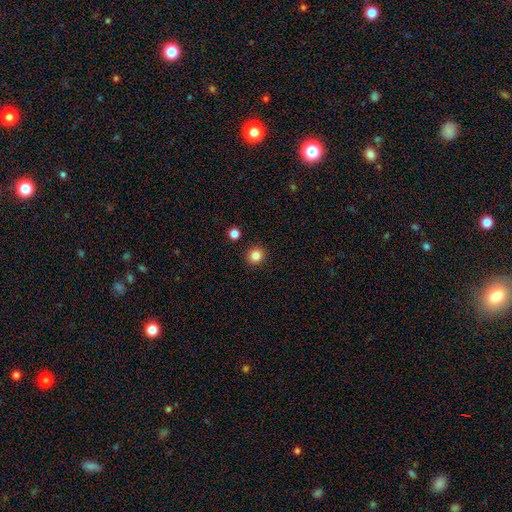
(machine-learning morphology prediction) Smooth or featured? Predicted: smooth (p=0.84). How rounded? Predicted: round (p=0.89). Merging? Predicted: none (p=0.91).